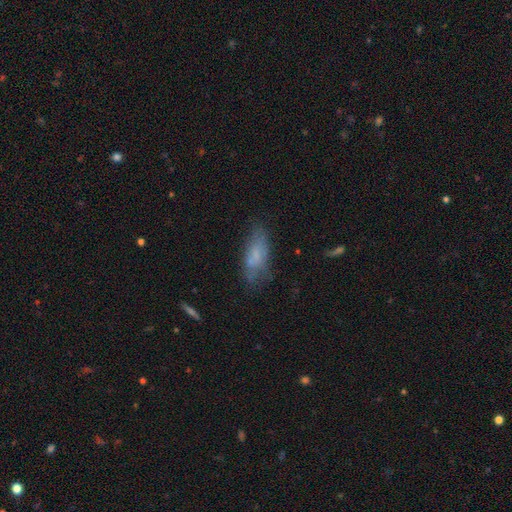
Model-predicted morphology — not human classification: Smooth or featured: smooth — 62% (featured or disk — 28%)
How rounded: in between — 69% (cigar-shaped — 28%)
Merging: none — 58% (minor disturbance — 26%)